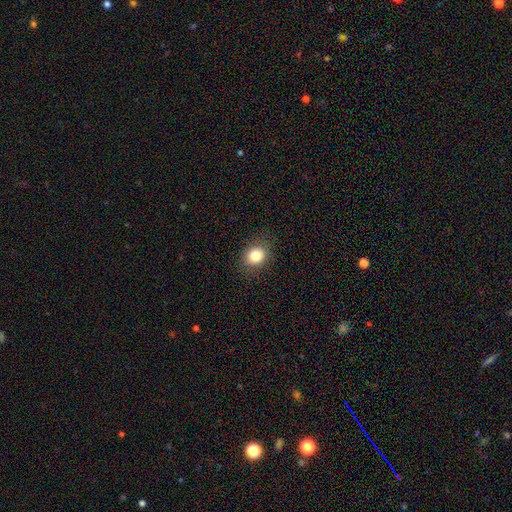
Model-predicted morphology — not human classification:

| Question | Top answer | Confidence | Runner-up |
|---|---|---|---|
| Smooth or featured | smooth | 82% | star or artifact (11%) |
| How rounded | round | 63% | in between (36%) |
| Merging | none | 86% | minor disturbance (10%) |